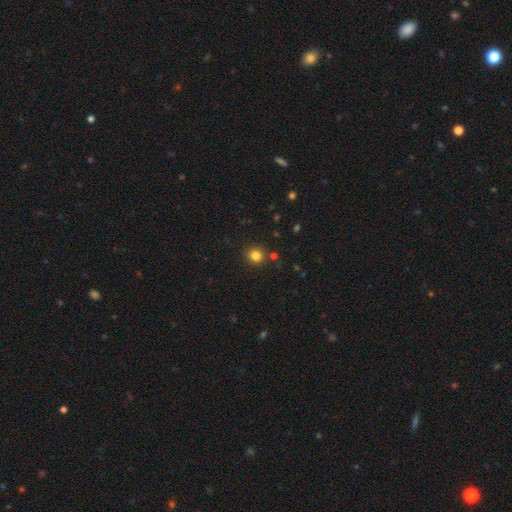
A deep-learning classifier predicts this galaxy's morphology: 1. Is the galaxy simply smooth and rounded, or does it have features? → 81% smooth, 13% star or artifact, 5% featured or disk.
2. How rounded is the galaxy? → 86% round, 13% in between, 1% cigar-shaped.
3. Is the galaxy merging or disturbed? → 85% none, 8% minor disturbance, 4% merger, 2% major disturbance.